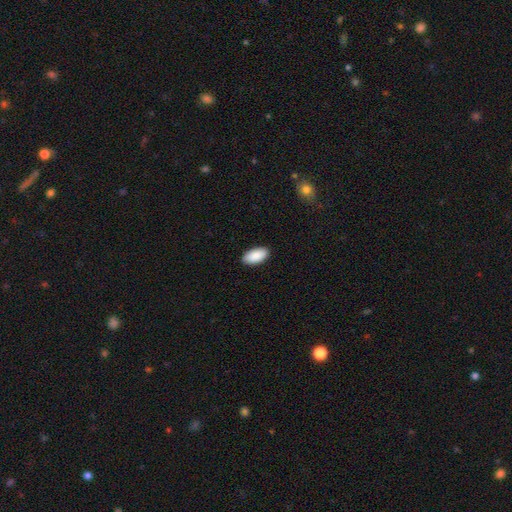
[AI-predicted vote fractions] Smooth or featured: smooth — 91% (star or artifact — 6%)
How rounded: in between — 95% (cigar-shaped — 3%)
Merging: none — 90% (minor disturbance — 7%)